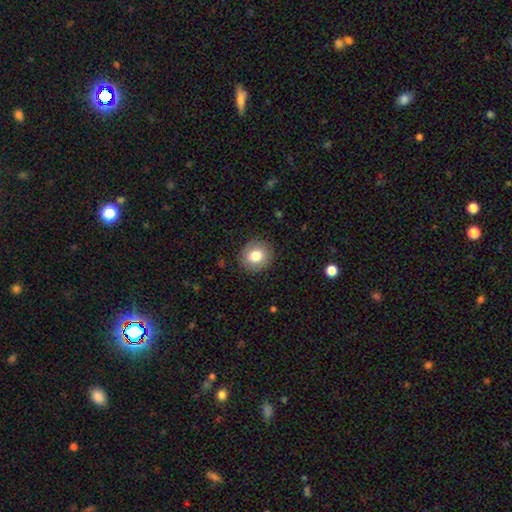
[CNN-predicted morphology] This appears to be a smooth galaxy with no disk features (80%) that is round (82%). Merging: none (89%).